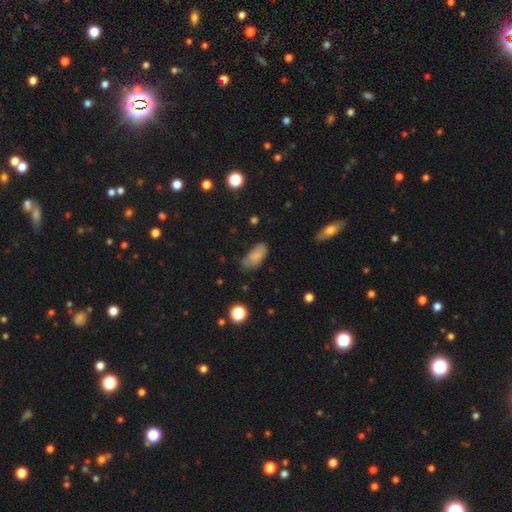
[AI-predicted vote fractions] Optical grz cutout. It shows a smooth galaxy with no disk features (80%) that is in between round and cigar-shaped (91%). Merging: none (54%).